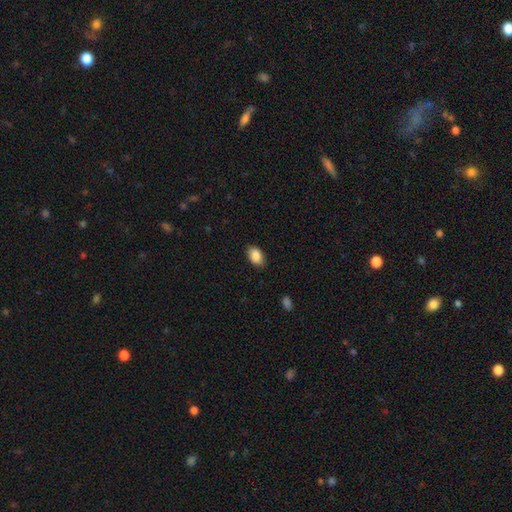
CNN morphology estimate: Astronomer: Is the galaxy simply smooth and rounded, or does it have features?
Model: smooth — 88%.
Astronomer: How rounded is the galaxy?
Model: in between — 90%.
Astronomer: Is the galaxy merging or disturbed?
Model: none — 84%.